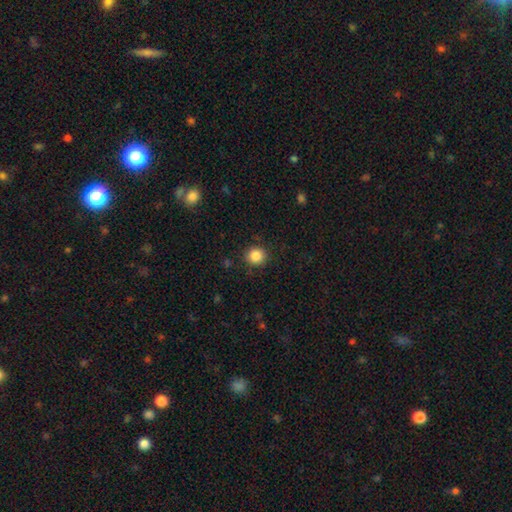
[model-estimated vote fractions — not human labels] Overall: smooth (86%). How rounded: round (91%). Merging: none (89%).